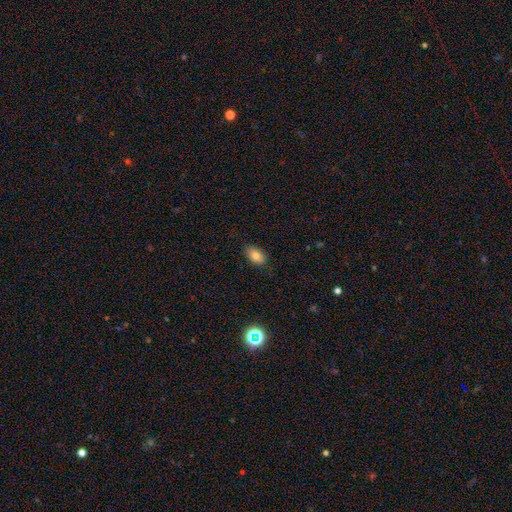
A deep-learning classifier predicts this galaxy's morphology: A smooth galaxy with no disk features (83%) that is in between round and cigar-shaped (91%). Merging: none (86%).